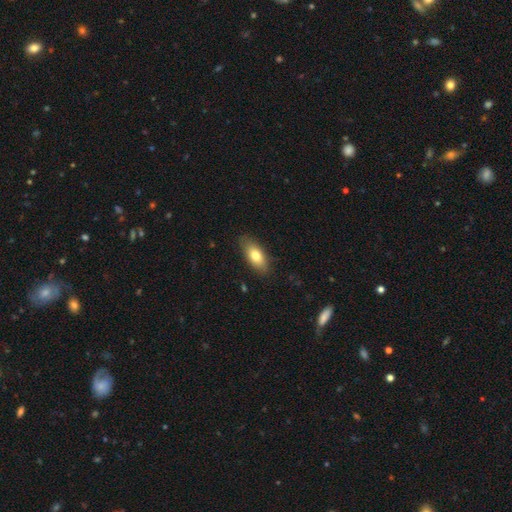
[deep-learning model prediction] smooth 77%, featured or disk 16%, star or artifact 7%. Down the decision tree: how rounded — in between (84%); merging — none (83%).